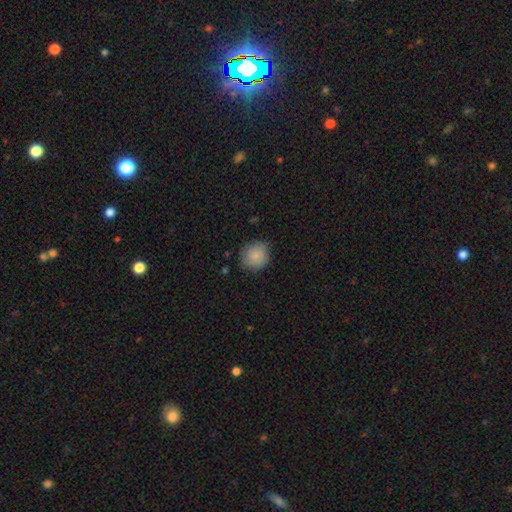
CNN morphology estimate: smooth_or_featured: smooth (p=0.85) [alt: star or artifact p=0.08]
how_rounded: round (p=0.88) [alt: in between p=0.11]
merging: none (p=0.78) [alt: minor disturbance p=0.17]